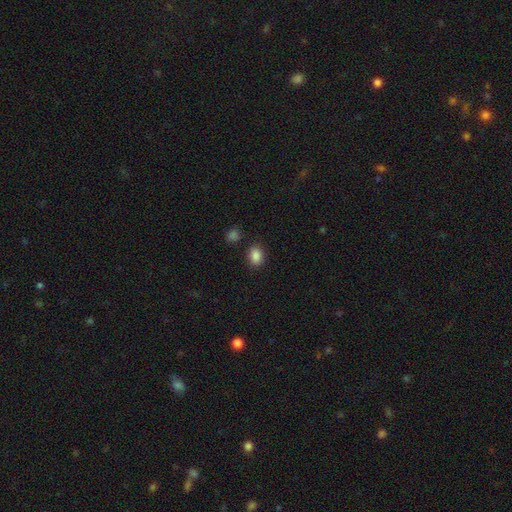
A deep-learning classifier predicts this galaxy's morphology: This appears to be a smooth galaxy with no disk features (87%) that is in between round and cigar-shaped (67%). Merging: none (84%).